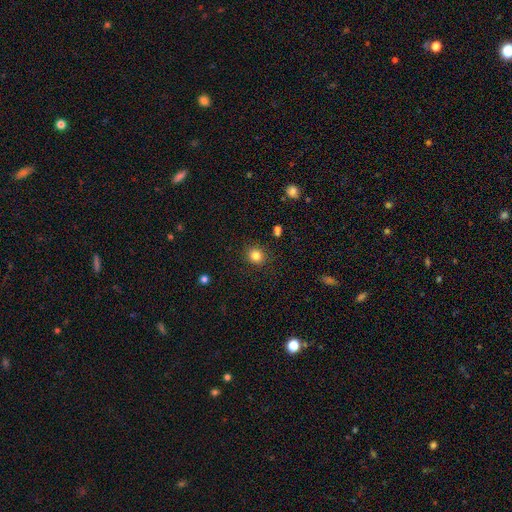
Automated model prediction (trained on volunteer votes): Smooth or featured? Predicted: smooth (p=0.83). How rounded? Predicted: round (p=0.85). Merging? Predicted: none (p=0.89).